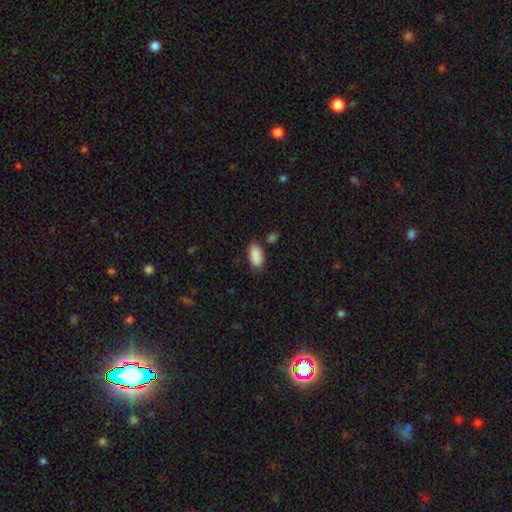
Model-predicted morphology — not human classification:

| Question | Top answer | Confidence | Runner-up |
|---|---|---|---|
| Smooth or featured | smooth | 90% | star or artifact (7%) |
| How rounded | in between | 94% | round (3%) |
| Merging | none | 77% | minor disturbance (15%) |